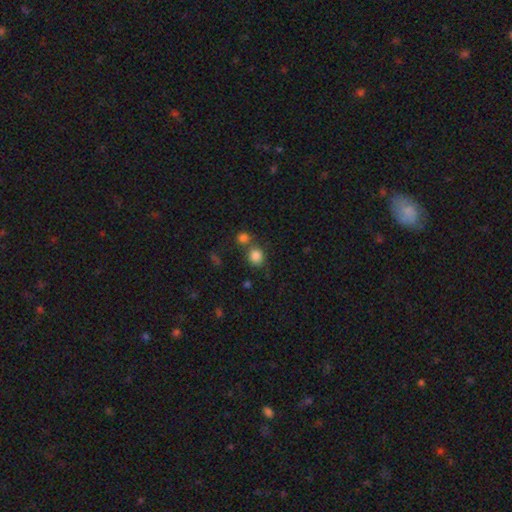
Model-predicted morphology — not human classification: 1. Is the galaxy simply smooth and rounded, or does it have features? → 84% smooth, 11% star or artifact, 5% featured or disk.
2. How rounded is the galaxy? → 76% round, 23% in between, 1% cigar-shaped.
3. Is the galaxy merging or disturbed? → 60% none, 25% merger, 10% minor disturbance, 4% major disturbance.